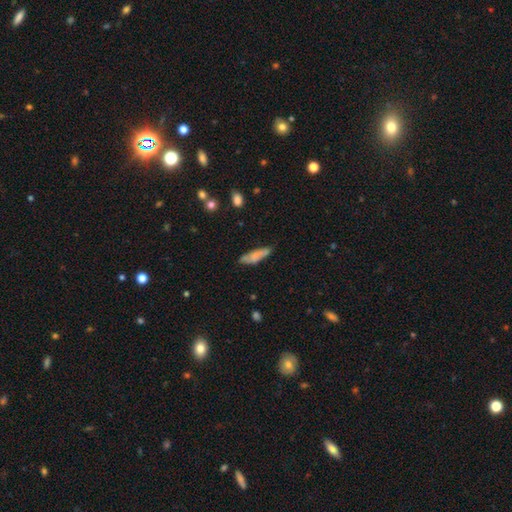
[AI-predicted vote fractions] Smooth or featured: smooth — 69% (featured or disk — 23%)
How rounded: cigar-shaped — 61% (in between — 37%)
Merging: none — 66% (minor disturbance — 25%)